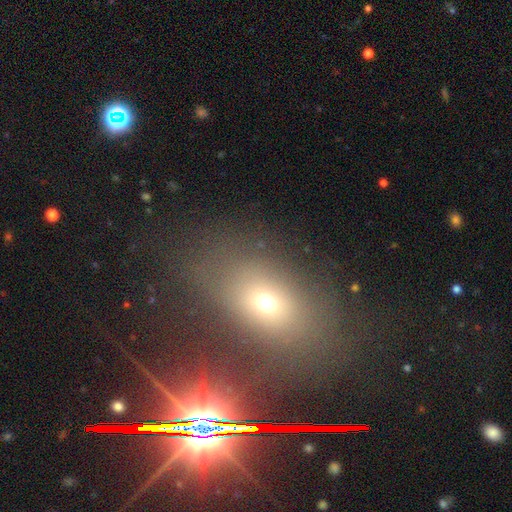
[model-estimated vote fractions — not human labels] This appears to be a smooth galaxy with no disk features (43%). Merging: none (80%).